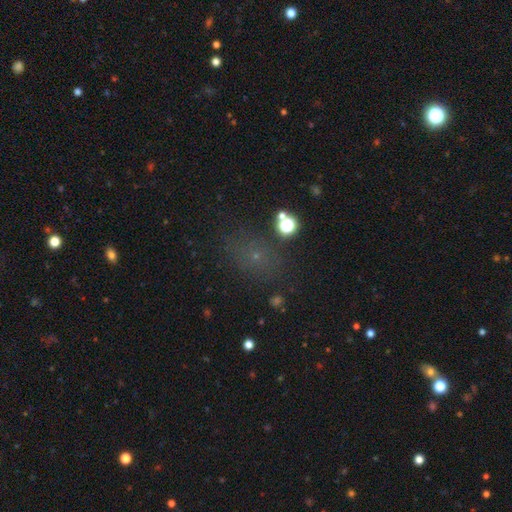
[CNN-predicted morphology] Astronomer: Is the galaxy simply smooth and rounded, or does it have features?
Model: smooth — 50% (runner-up: star or artifact, 40%).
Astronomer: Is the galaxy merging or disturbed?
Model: none — 75%.